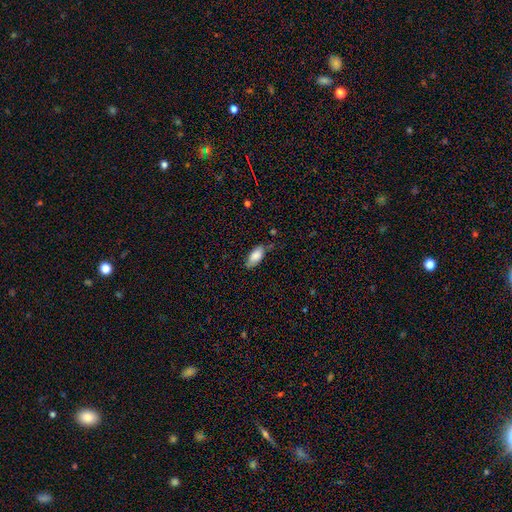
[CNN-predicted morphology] This is clearly a smooth galaxy (82%). How rounded: clearly in between (87%). Merging: likely none (62%).